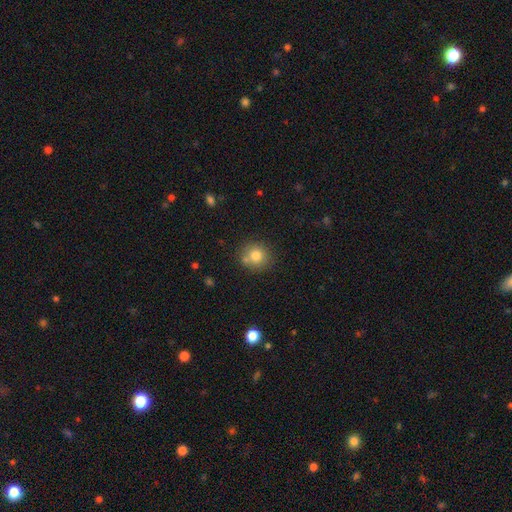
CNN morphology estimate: type=smooth (78%); roundness=round (88%); merging=none (70%).